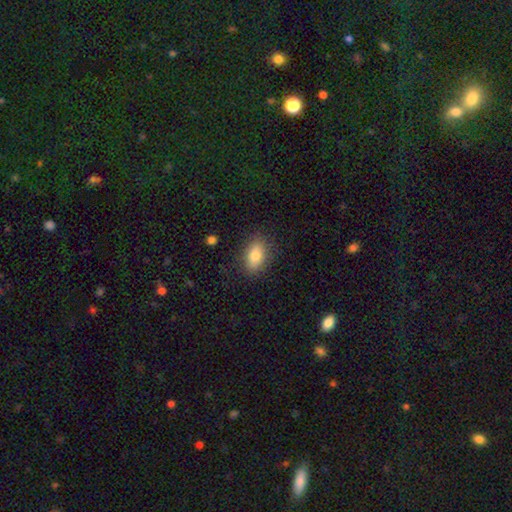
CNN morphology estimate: This appears to be a smooth galaxy with no disk features (79%) that is in between round and cigar-shaped (85%). Merging: none (84%).